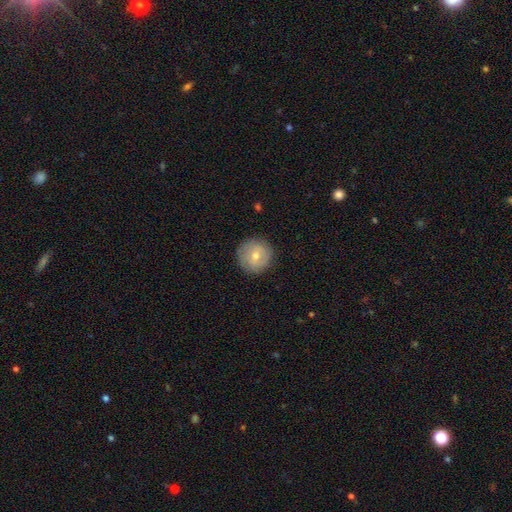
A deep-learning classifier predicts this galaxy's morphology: A smooth galaxy with no disk features (61%) that is round (94%). Merging: none (86%).